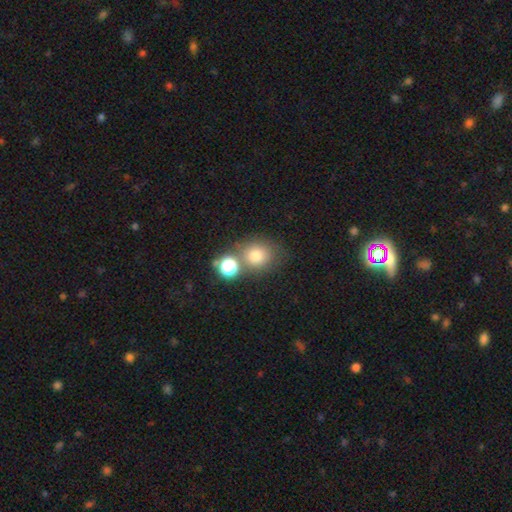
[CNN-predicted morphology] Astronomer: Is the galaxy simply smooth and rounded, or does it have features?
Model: smooth — 75%.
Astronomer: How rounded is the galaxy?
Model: round — 75%.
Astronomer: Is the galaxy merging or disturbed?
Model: none — 59%.